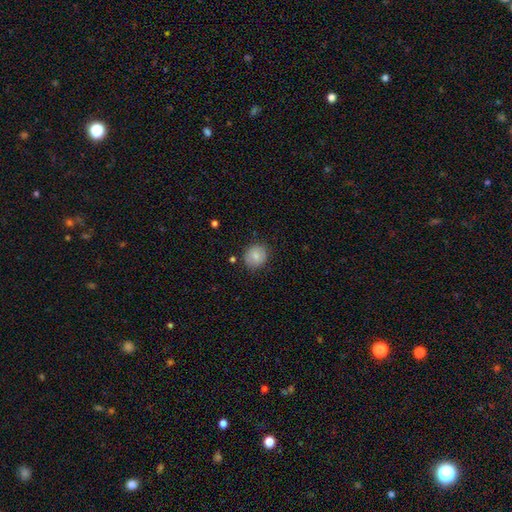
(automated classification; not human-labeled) Overall: smooth (80%). How rounded: round (80%). Merging: none (83%).